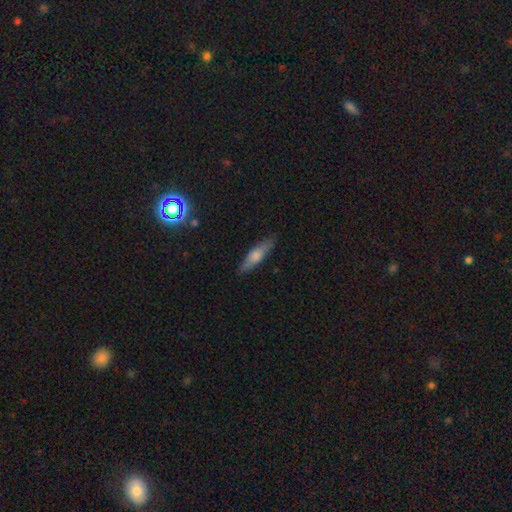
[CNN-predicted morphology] A smooth galaxy with no disk features (60%) that is cigar-shaped (71%). Merging: none (86%).